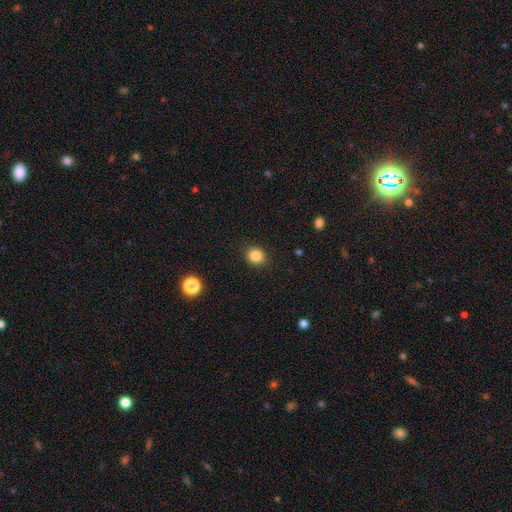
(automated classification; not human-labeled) Smooth or featured? smooth (84%)
How rounded? round (73%)
Merging? none (90%)